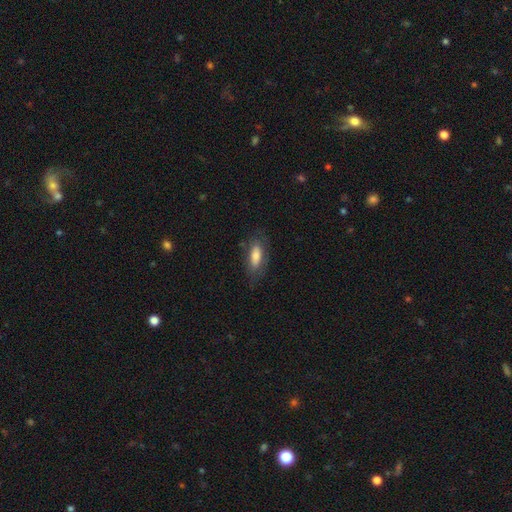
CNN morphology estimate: Smooth or featured?
  - smooth: 72% *
  - featured or disk: 21%
  - star or artifact: 7%
How rounded?
  - in between: 71% *
  - cigar-shaped: 27%
  - round: 2%
Merging?
  - none: 74% *
  - minor disturbance: 18%
  - major disturbance: 7%
  - merger: 1%